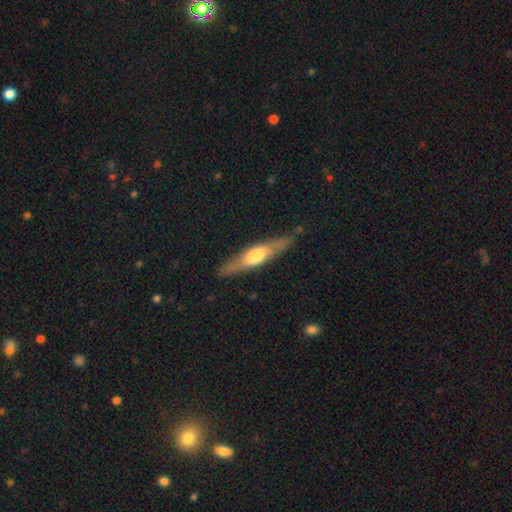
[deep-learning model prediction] The model was most divided on "smooth or featured": featured or disk: 57%, smooth: 38%, star or artifact: 5%. More confident: edge-on disk — yes (89%); merging — none (84%); edge-on bulge — rounded (83%).